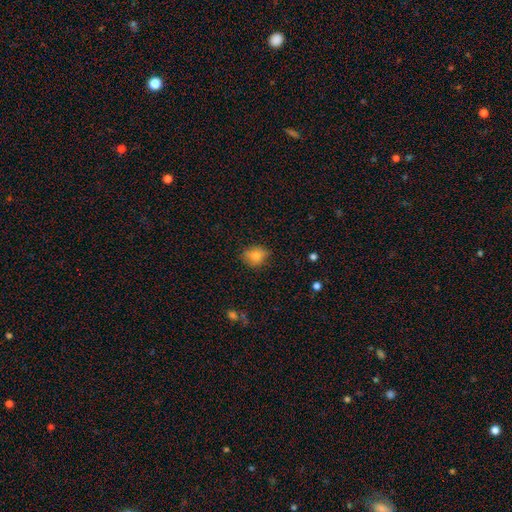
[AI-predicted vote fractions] A smooth galaxy with no disk features (78%) that is round (57%).

Vote fractions:
- Smooth or featured? smooth: 78% / featured or disk: 12% / star or artifact: 10%
- How rounded? round: 57% / in between: 41% / cigar-shaped: 2%
- Merging? none: 77% / minor disturbance: 18% / major disturbance: 4% / merger: 1%